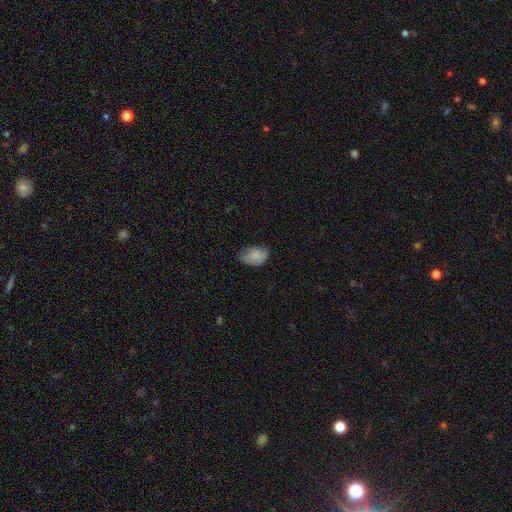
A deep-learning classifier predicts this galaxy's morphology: type=smooth (75%); roundness=in between (81%); merging=none (46%).